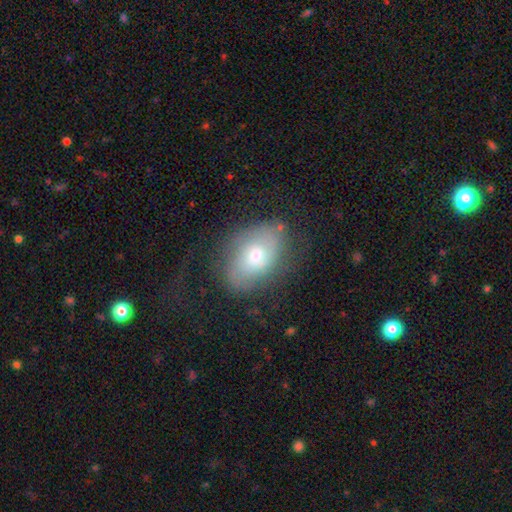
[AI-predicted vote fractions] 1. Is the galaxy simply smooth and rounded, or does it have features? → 53% smooth, 38% featured or disk, 9% star or artifact.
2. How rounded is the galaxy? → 83% in between, 16% round, 1% cigar-shaped.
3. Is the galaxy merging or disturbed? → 65% none, 21% minor disturbance, 12% major disturbance, 2% merger.